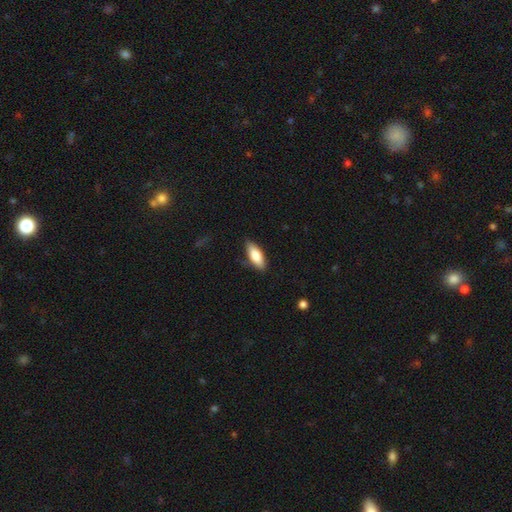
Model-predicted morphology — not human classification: This appears to be a smooth galaxy with no disk features (78%) that is in between round and cigar-shaped (75%). Merging: none (83%).